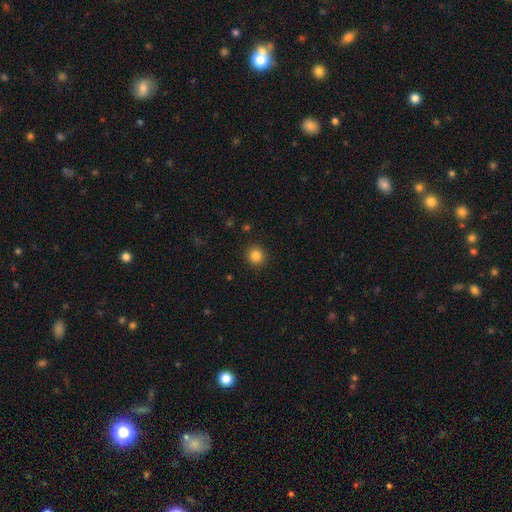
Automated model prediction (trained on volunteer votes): The model was most divided on "smooth or featured": smooth: 85%, star or artifact: 11%, featured or disk: 4%. More confident: merging — none (91%); how rounded — round (90%).